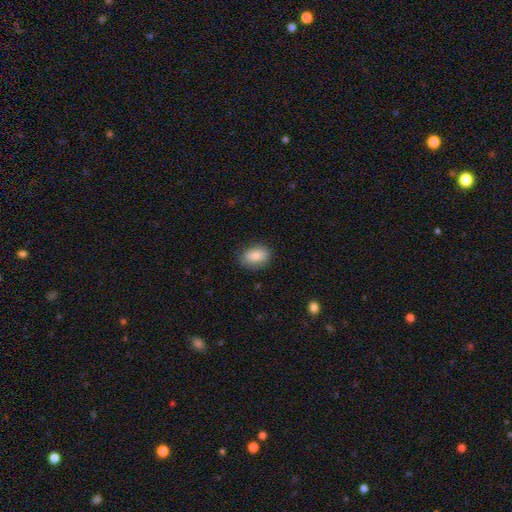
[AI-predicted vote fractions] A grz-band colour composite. It shows a smooth galaxy with no disk features (81%) that is in between round and cigar-shaped (80%). Merging: none (79%).